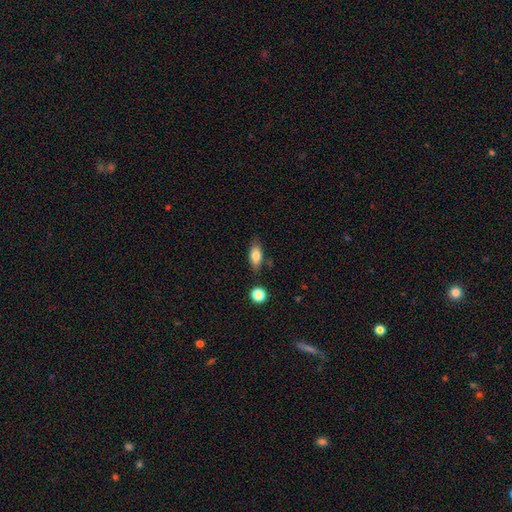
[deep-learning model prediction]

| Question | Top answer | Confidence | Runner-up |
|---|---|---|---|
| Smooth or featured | smooth | 80% | featured or disk (13%) |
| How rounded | in between | 84% | cigar-shaped (10%) |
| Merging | none | 74% | minor disturbance (17%) |